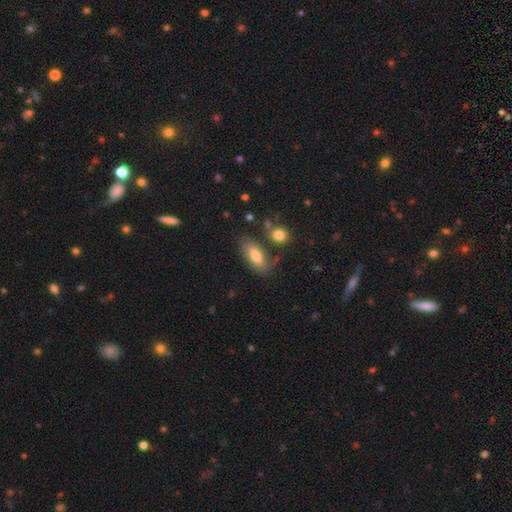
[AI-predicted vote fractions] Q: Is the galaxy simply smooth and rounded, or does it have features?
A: smooth — 73%.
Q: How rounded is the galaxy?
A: in between — 80%.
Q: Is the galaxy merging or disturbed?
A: none — 71%.